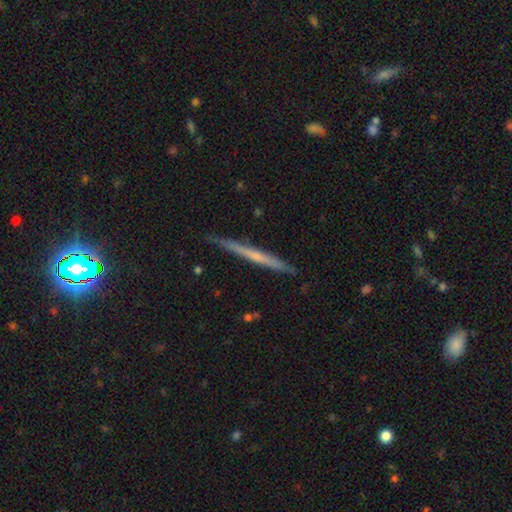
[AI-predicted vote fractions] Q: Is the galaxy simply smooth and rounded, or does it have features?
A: featured or disk — 56%.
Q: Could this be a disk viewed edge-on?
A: yes — 97%.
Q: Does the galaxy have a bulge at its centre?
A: none — 78%.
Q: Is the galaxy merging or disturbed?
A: none — 88%.